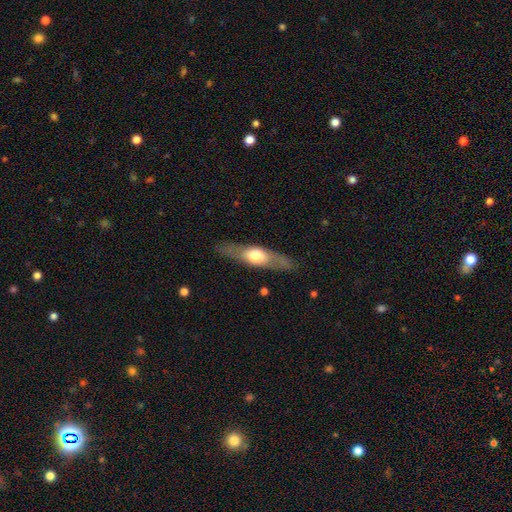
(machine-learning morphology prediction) type=featured or disk (51%); edge-on=yes (74%); merging=none (84%).